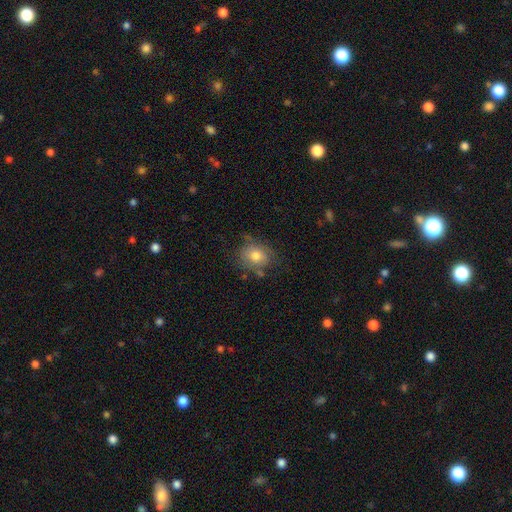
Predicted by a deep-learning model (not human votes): The model was most divided on "how rounded": round: 61%, in between: 38%, cigar-shaped: 1%. More confident: smooth or featured — smooth (72%); merging — none (63%).